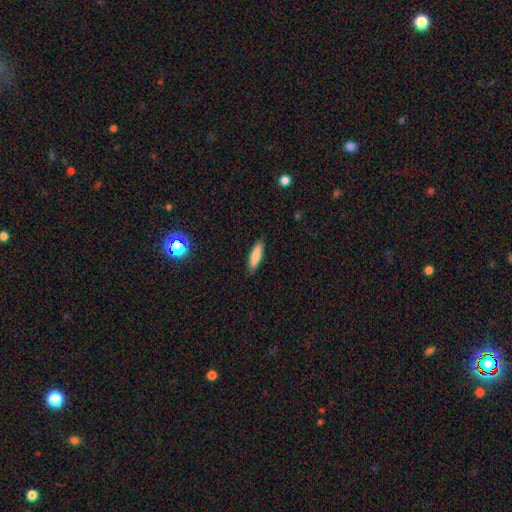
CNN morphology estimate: Q: Smooth or featured?
A: smooth (84%); runner-up: featured or disk (9%)
Q: How rounded?
A: cigar-shaped (62%); runner-up: in between (36%)
Q: Merging?
A: none (88%); runner-up: minor disturbance (9%)